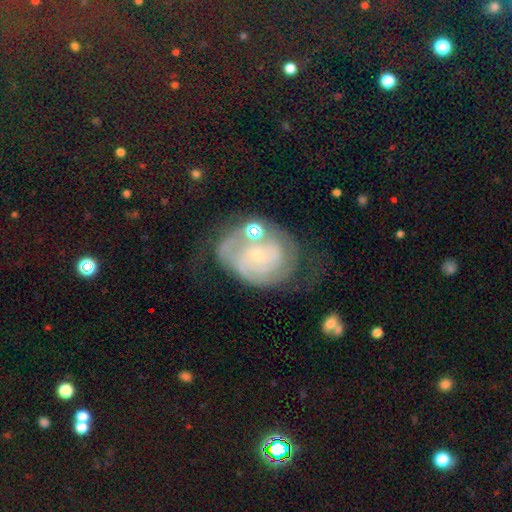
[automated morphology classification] Smooth or featured?
  - featured or disk: 81% *
  - smooth: 13%
  - star or artifact: 7%
Edge-on disk?
  - no: 97% *
  - yes: 3%
Bar?
  - no: 75% *
  - weak: 21%
  - strong: 5%
Spiral arms?
  - yes: 90% *
  - no: 10%
Spiral winding?
  - tight: 67% *
  - medium: 25%
  - loose: 8%
Spiral arm count?
  - 2: 36% *
  - can't tell: 34%
  - 3: 15%
  - 1: 6%
  - 4: 5%
  - more than 4: 4%
Bulge size?
  - small: 81% *
  - moderate: 15%
  - none: 2%
  - large: 1%
  - dominant: 1%
Merging?
  - none: 47% *
  - minor disturbance: 23%
  - major disturbance: 19%
  - merger: 11%